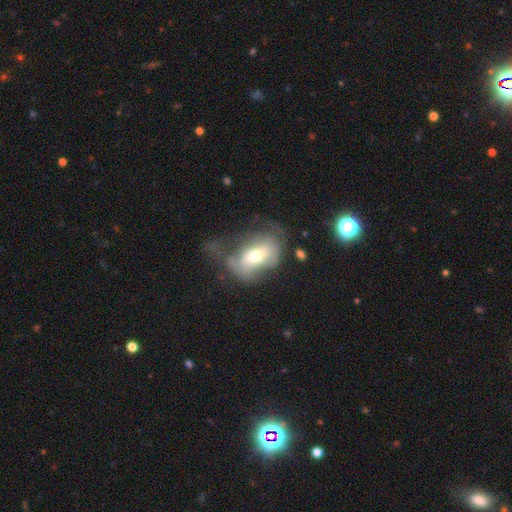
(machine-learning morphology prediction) This appears to be a featured or disk galaxy (50%). Merging: major disturbance (44%).